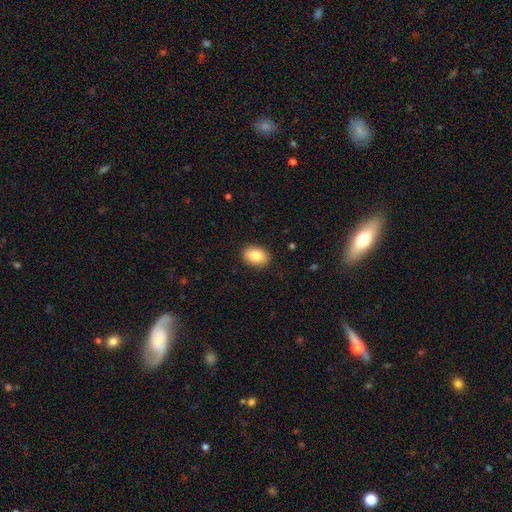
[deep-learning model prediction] Q: Smooth or featured?
A: smooth (85%); runner-up: featured or disk (8%)
Q: How rounded?
A: in between (83%); runner-up: round (16%)
Q: Merging?
A: none (88%); runner-up: minor disturbance (9%)